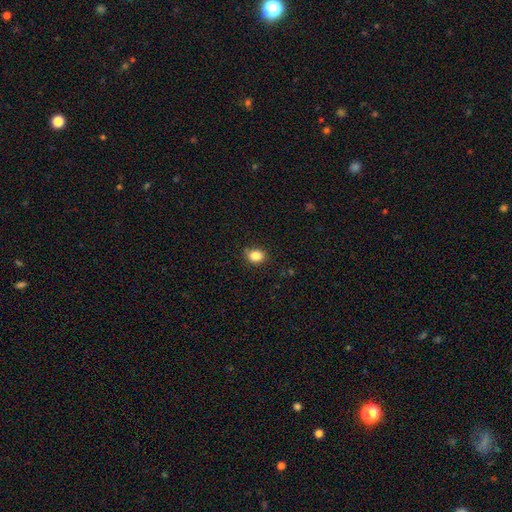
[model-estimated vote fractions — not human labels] Overall: smooth (85%). How rounded: in between (55%; round 44%). Merging: none (81%).